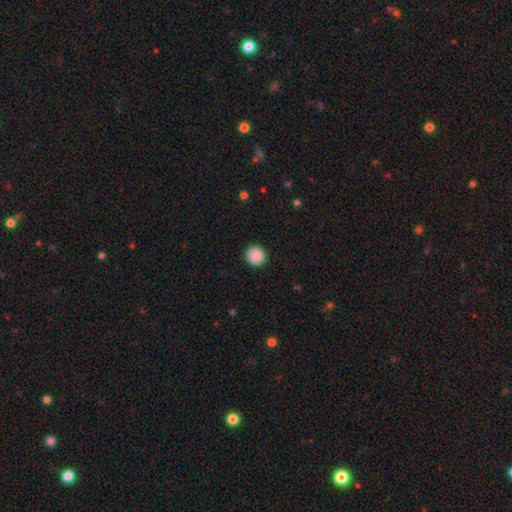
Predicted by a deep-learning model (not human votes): smooth 89%, star or artifact 8%, featured or disk 2%. Down the decision tree: how rounded — round (91%); merging — none (92%).